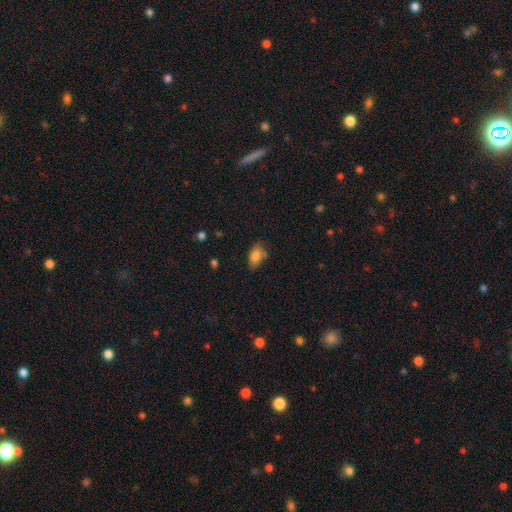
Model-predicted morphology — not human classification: Q: Smooth or featured?
A: smooth (83%); runner-up: star or artifact (8%)
Q: How rounded?
A: in between (90%); runner-up: round (7%)
Q: Merging?
A: none (65%); runner-up: minor disturbance (25%)